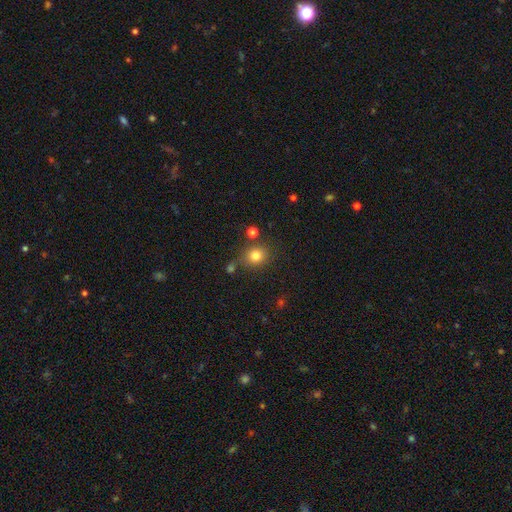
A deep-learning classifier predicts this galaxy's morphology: Smooth or featured?
  - smooth: 79% *
  - star or artifact: 14%
  - featured or disk: 8%
How rounded?
  - round: 80% *
  - in between: 19%
  - cigar-shaped: 1%
Merging?
  - none: 76% *
  - minor disturbance: 12%
  - merger: 8%
  - major disturbance: 4%